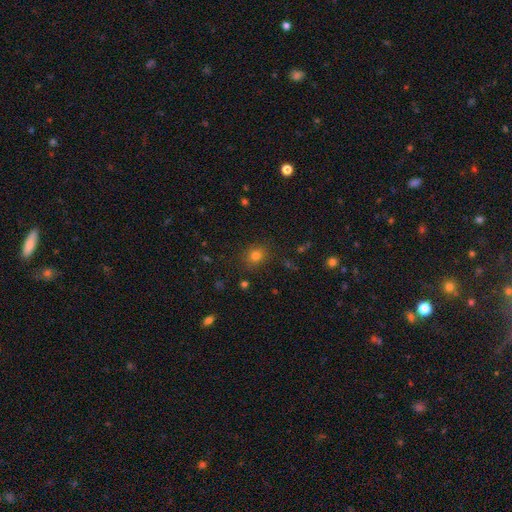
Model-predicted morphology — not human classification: smooth-or-featured: smooth: 77% | star or artifact: 16% | featured or disk: 7%
  how-rounded: round: 74% | in between: 25% | cigar-shaped: 1%
  merging: none: 84% | minor disturbance: 10% | major disturbance: 4% | merger: 2%